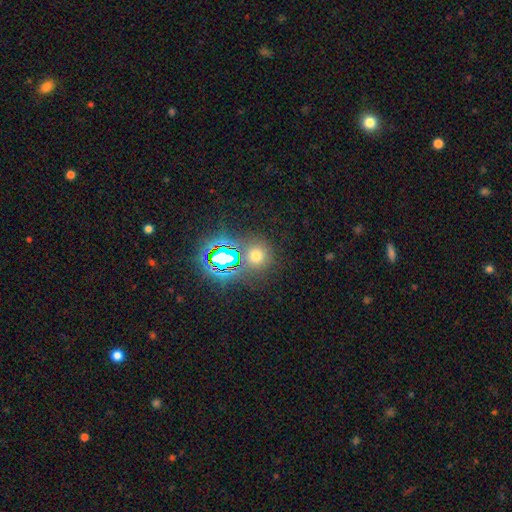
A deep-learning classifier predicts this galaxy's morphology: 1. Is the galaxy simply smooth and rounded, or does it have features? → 53% smooth, 39% star or artifact, 8% featured or disk.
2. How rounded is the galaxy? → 88% round, 11% in between, 1% cigar-shaped.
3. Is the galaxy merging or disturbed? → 77% none, 9% merger, 9% minor disturbance, 5% major disturbance.